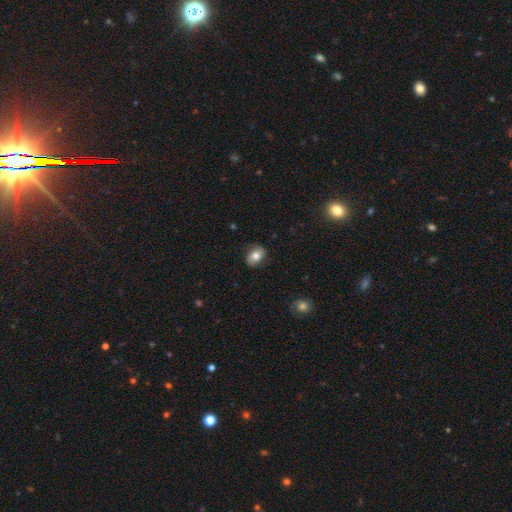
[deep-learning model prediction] smooth_or_featured: smooth (p=0.74) [alt: featured or disk p=0.17]
how_rounded: in between (p=0.72) [alt: round p=0.27]
merging: none (p=0.78) [alt: minor disturbance p=0.16]